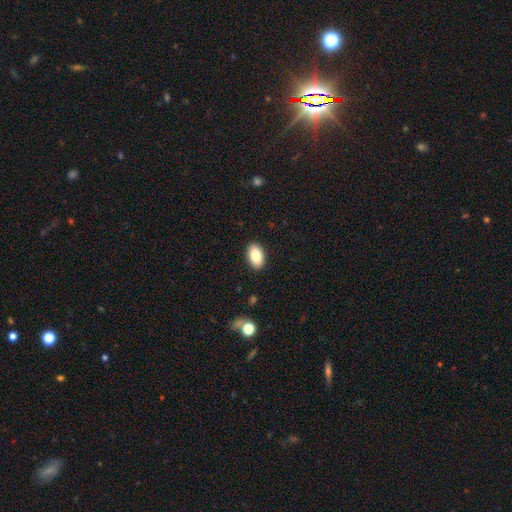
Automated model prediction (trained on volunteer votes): The model was most divided on "smooth or featured": smooth: 85%, featured or disk: 8%, star or artifact: 7%. More confident: how rounded — in between (93%); merging — none (90%).